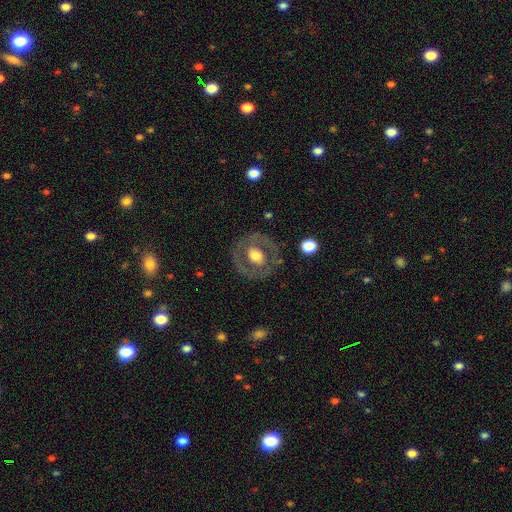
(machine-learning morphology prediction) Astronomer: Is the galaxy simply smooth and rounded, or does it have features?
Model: featured or disk — 54% (runner-up: smooth, 40%).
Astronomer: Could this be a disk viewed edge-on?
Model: no — 95%.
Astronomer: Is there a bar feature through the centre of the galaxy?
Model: no — 74%.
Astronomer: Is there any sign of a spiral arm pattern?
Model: no — 80%.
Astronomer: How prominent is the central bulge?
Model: moderate — 48% (runner-up: large, 42%).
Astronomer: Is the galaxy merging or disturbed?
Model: none — 79%.